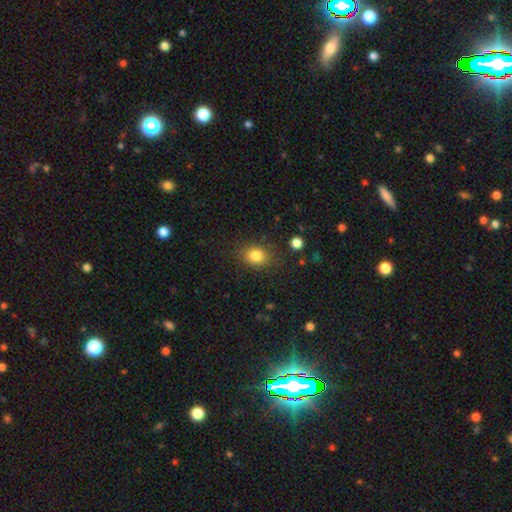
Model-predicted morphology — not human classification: Smooth or featured: smooth — 83% (star or artifact — 11%)
How rounded: in between — 53% (round — 46%)
Merging: none — 81% (minor disturbance — 13%)